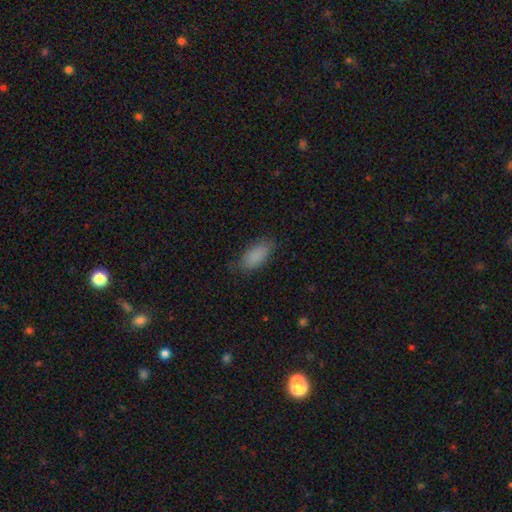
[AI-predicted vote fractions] The model was most divided on "merging": none: 78%, minor disturbance: 17%, major disturbance: 4%, merger: 1%. More confident: smooth or featured — smooth (87%); how rounded — in between (87%).